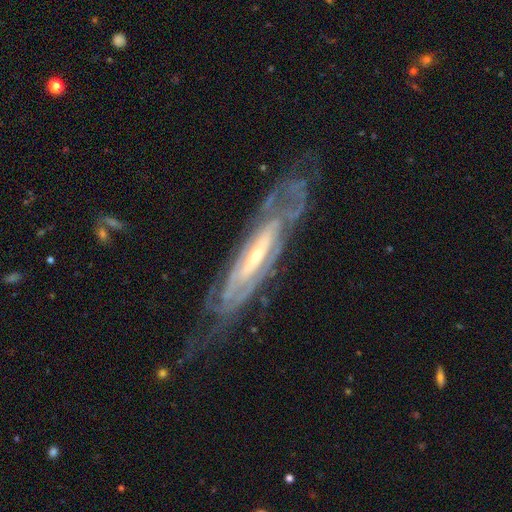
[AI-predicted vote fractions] The model was most divided on "bar": no: 37%, weak: 34%, strong: 29%. More confident: spiral arms — yes (90%); smooth or featured — featured or disk (86%); edge-on disk — no (70%); spiral winding — tight (67%); merging — none (66%); bulge size — small (64%); spiral arm count — can't tell (54%).